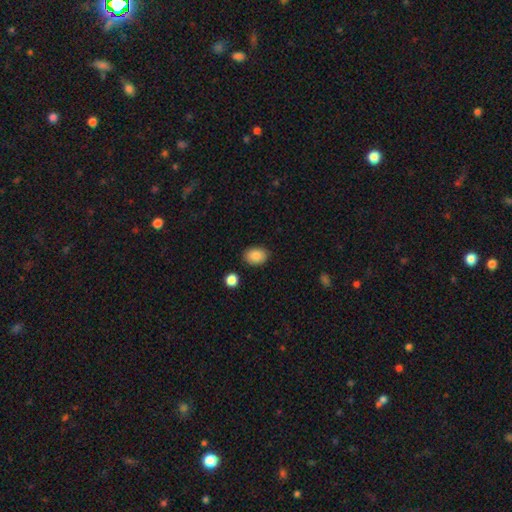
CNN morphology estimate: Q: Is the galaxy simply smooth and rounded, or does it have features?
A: smooth — 87%.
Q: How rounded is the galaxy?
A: in between — 74%.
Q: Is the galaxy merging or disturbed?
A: none — 85%.